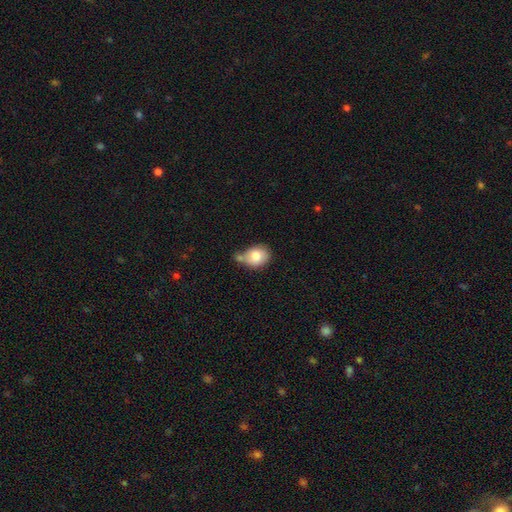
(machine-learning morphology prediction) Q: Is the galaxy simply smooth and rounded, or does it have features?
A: smooth — 79%.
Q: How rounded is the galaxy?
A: round — 54%.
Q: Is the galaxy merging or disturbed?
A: none — 46%.